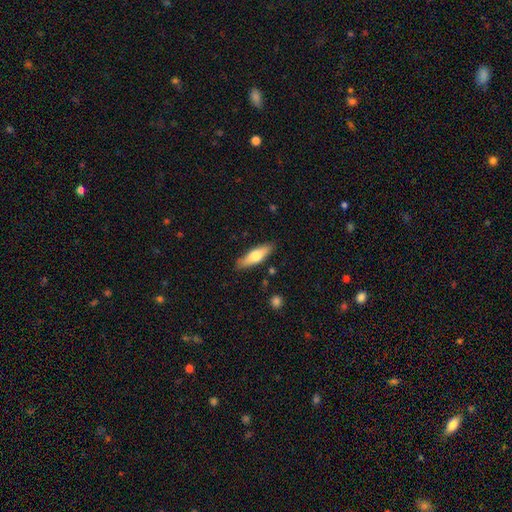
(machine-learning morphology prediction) This is likely a smooth galaxy (63%). How rounded: possibly in between (49%, tied with cigar-shaped). Merging: clearly none (85%).